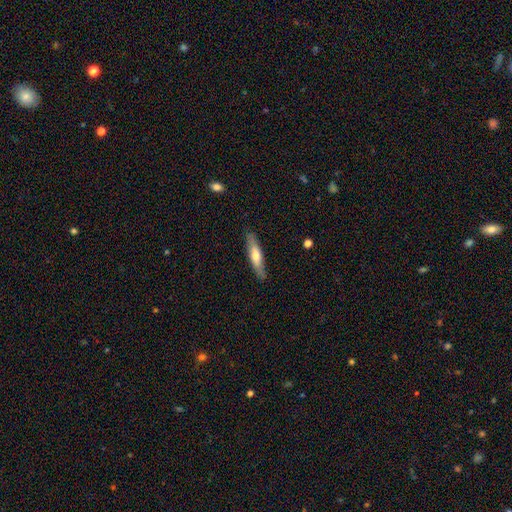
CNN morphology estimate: This appears to be a smooth galaxy with no disk features (53%) that is cigar-shaped (77%). Merging: none (87%).